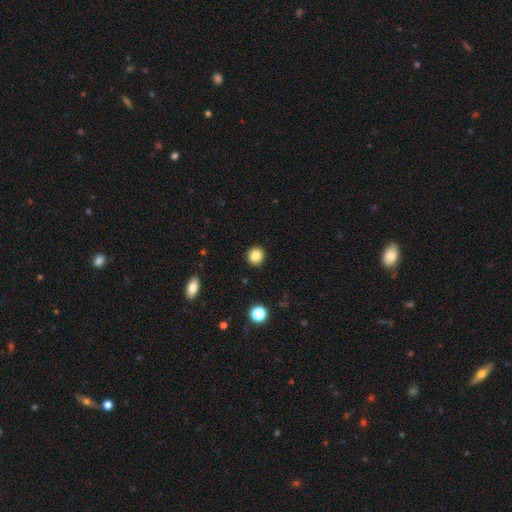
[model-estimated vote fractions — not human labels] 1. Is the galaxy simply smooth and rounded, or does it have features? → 85% smooth, 11% star or artifact, 4% featured or disk.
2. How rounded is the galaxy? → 90% round, 9% in between, 1% cigar-shaped.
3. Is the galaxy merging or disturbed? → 92% none, 5% minor disturbance, 2% major disturbance, 1% merger.